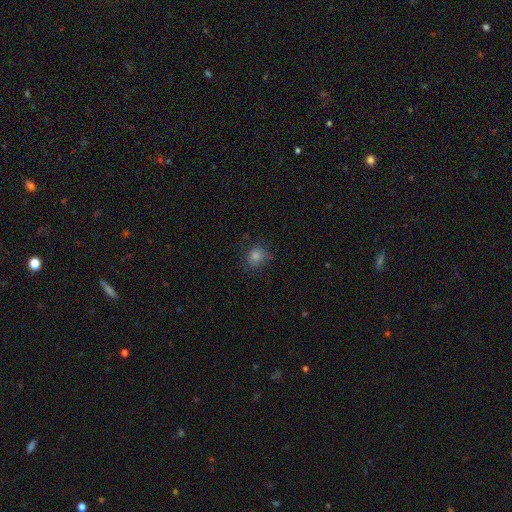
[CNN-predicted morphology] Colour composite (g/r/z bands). It shows a smooth galaxy with no disk features (74%) that is round (79%). Merging: none (77%).